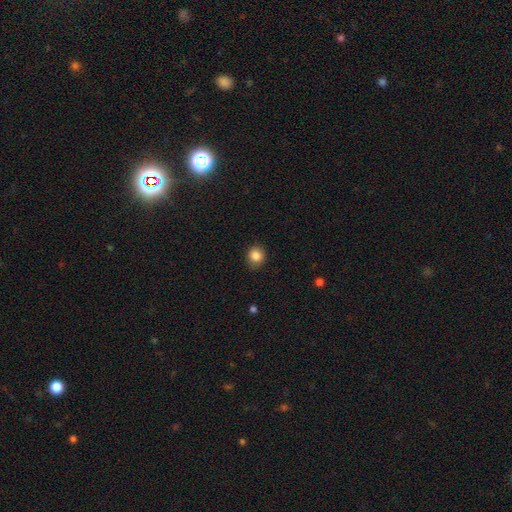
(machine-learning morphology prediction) This appears to be a smooth galaxy with no disk features (86%) that is round (82%). Merging: none (87%).